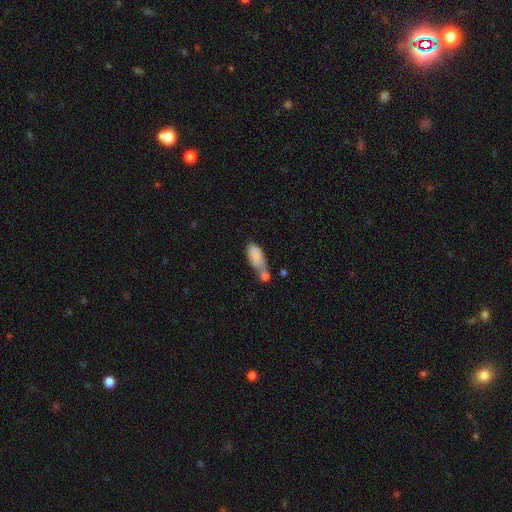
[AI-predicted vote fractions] Overall: smooth (80%). How rounded: in between (84%). Merging: merger (51%; none 22%).